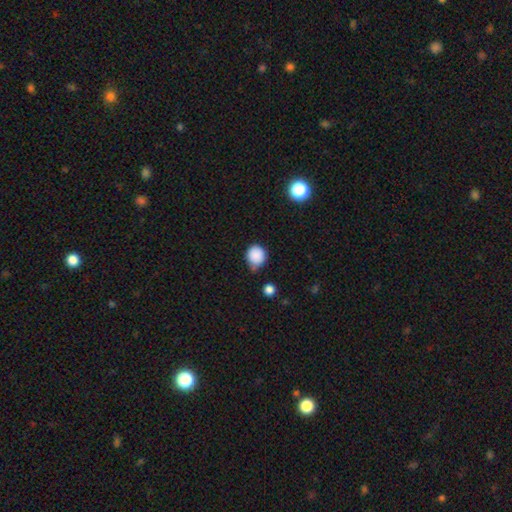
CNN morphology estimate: smooth-or-featured: smooth: 86% | star or artifact: 10% | featured or disk: 4%
  how-rounded: round: 81% | in between: 18% | cigar-shaped: 1%
  merging: none: 56% | minor disturbance: 33% | major disturbance: 6% | merger: 5%